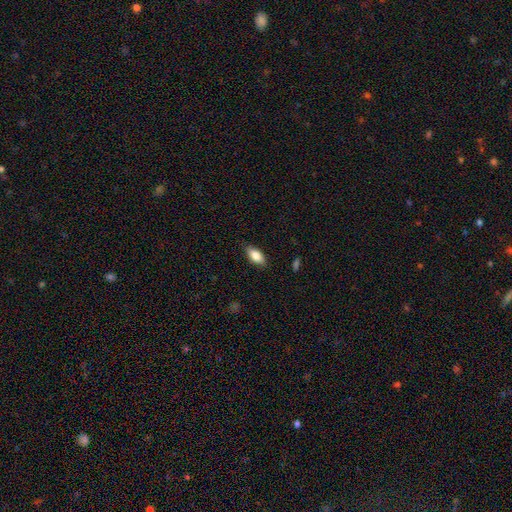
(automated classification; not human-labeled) This appears to be a smooth galaxy with no disk features (83%) that is in between round and cigar-shaped (88%). Merging: none (84%).